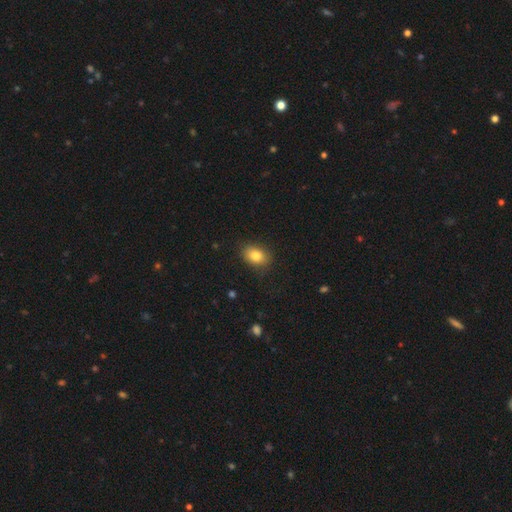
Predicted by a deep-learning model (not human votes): Morphology: type=smooth (82%); roundness=in between (74%); merging=none (85%).